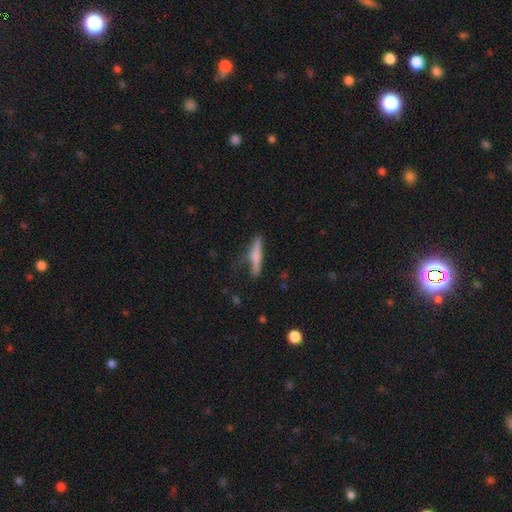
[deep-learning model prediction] Smooth or featured?
  - smooth: 63% *
  - featured or disk: 30%
  - star or artifact: 7%
How rounded?
  - cigar-shaped: 90% *
  - in between: 8%
  - round: 2%
Merging?
  - none: 63% *
  - minor disturbance: 24%
  - major disturbance: 9%
  - merger: 5%